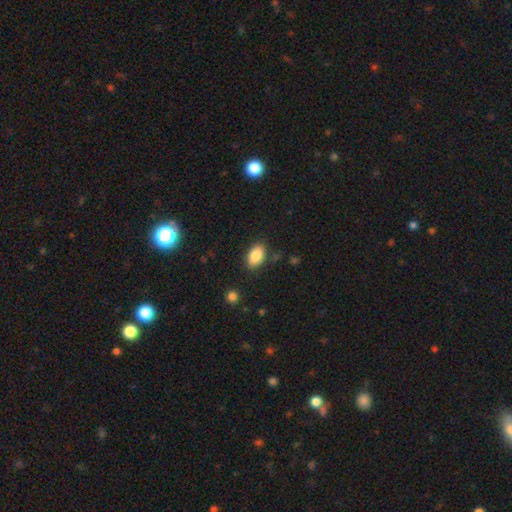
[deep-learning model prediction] Smooth or featured? Predicted: smooth (p=0.86). How rounded? Predicted: in between (p=0.90). Merging? Predicted: none (p=0.83).